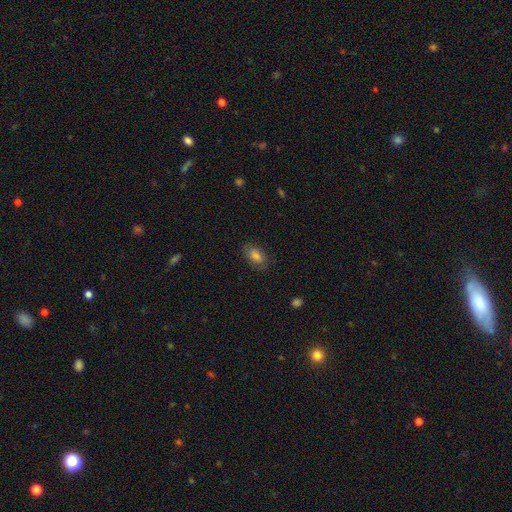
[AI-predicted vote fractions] Morphology: type=smooth (73%); roundness=in between (90%); merging=none (81%).